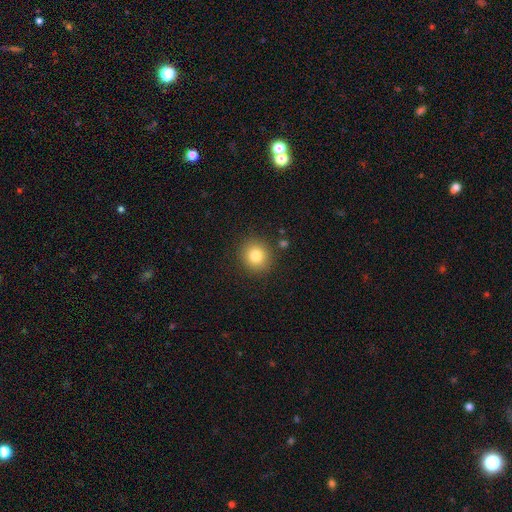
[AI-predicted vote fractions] Q: Smooth or featured?
A: smooth (81%); runner-up: star or artifact (11%)
Q: How rounded?
A: round (86%); runner-up: in between (13%)
Q: Merging?
A: none (88%); runner-up: minor disturbance (7%)